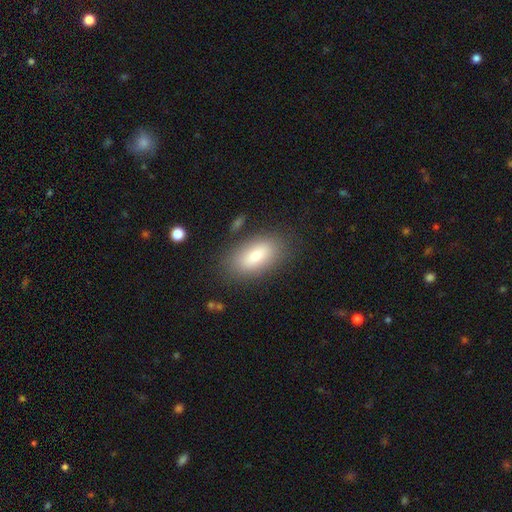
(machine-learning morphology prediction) A smooth galaxy with no disk features (77%) that is in between round and cigar-shaped (89%).

Vote fractions:
- Smooth or featured? smooth: 77% / featured or disk: 15% / star or artifact: 8%
- How rounded? in between: 89% / cigar-shaped: 6% / round: 4%
- Merging? none: 82% / minor disturbance: 12% / major disturbance: 4% / merger: 3%